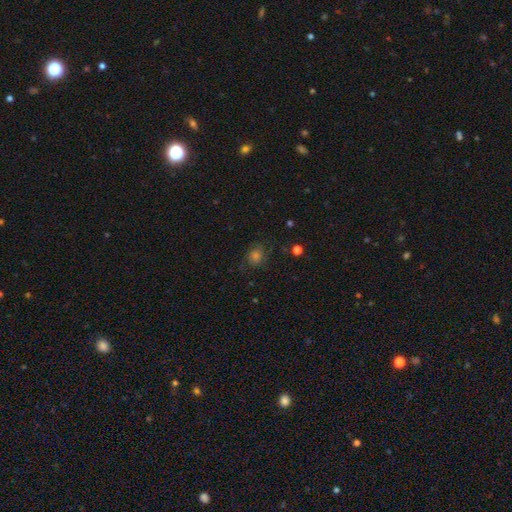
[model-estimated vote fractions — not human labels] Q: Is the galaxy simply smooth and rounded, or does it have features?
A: smooth — 52%.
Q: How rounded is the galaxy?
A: round — 66%.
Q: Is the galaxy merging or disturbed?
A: none — 73%.